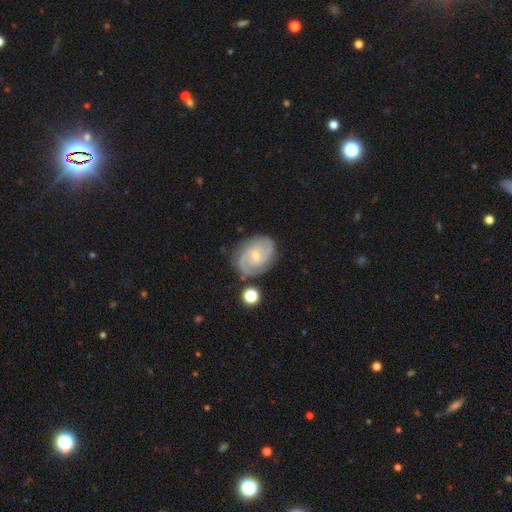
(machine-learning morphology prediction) Smooth or featured? Predicted: featured or disk (p=0.86). Edge-on disk? Predicted: no (p=0.98). Bar? Predicted: no (p=0.60). Spiral arms? Predicted: yes (p=0.97). Spiral winding? Predicted: tight (p=0.54). Spiral arm count? Predicted: 2 (p=0.59). Bulge size? Predicted: small (p=0.68). Merging? Predicted: none (p=0.77).